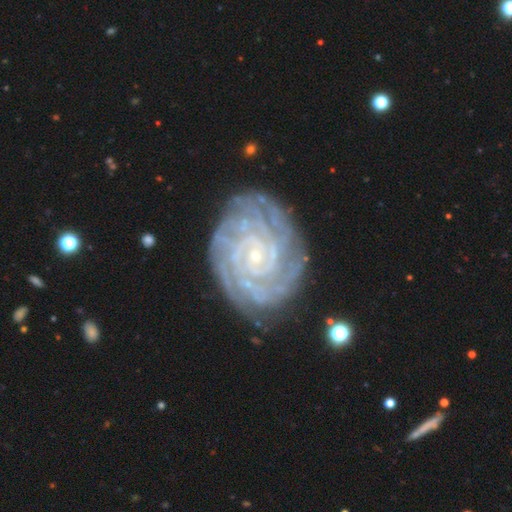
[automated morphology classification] Smooth or featured?
  - featured or disk: 90% *
  - star or artifact: 5%
  - smooth: 5%
Edge-on disk?
  - no: 97% *
  - yes: 3%
Bar?
  - no: 72% *
  - weak: 20%
  - strong: 8%
Spiral arms?
  - yes: 98% *
  - no: 2%
Spiral winding?
  - tight: 85% *
  - medium: 13%
  - loose: 2%
Spiral arm count?
  - 4: 22% * (tied)
  - can't tell: 22% * (tied)
  - more than 4: 16%
  - 3: 16%
  - 2: 15%
  - 1: 8%
Bulge size?
  - small: 87% *
  - moderate: 9%
  - none: 2%
  - large: 1%
  - dominant: 1%
Merging?
  - none: 77% *
  - minor disturbance: 16%
  - major disturbance: 5%
  - merger: 2%